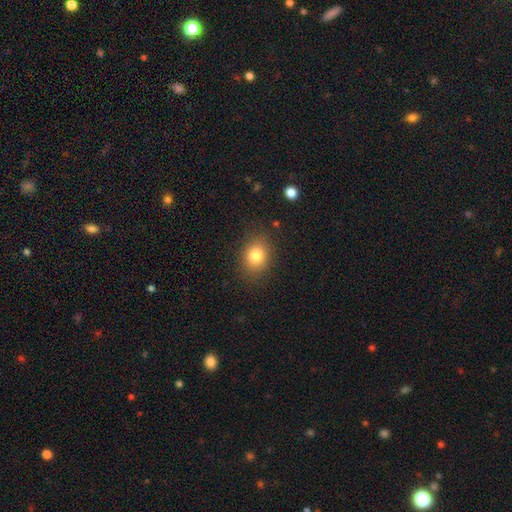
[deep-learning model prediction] This is clearly a smooth galaxy (81%). How rounded: possibly round (53%). Merging: clearly none (85%).